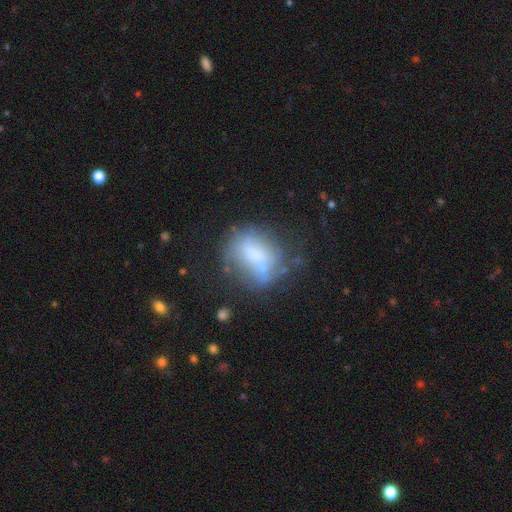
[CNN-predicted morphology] A smooth galaxy with no disk features (52%) that is in between round and cigar-shaped (60%).

Vote fractions:
- Smooth or featured? smooth: 52% / featured or disk: 37% / star or artifact: 11%
- How rounded? in between: 60% / round: 37% / cigar-shaped: 3%
- Merging? none: 43% / minor disturbance: 24% / major disturbance: 19% / merger: 14%